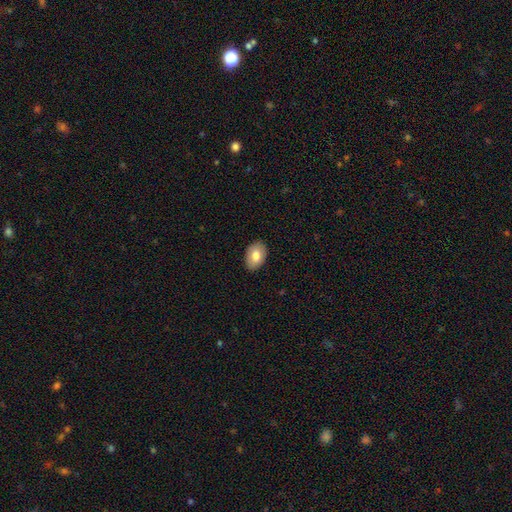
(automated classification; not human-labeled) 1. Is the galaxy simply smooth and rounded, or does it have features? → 78% smooth, 15% featured or disk, 7% star or artifact.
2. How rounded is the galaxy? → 85% in between, 14% round, 1% cigar-shaped.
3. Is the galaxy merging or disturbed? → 88% none, 9% minor disturbance, 2% major disturbance, 1% merger.